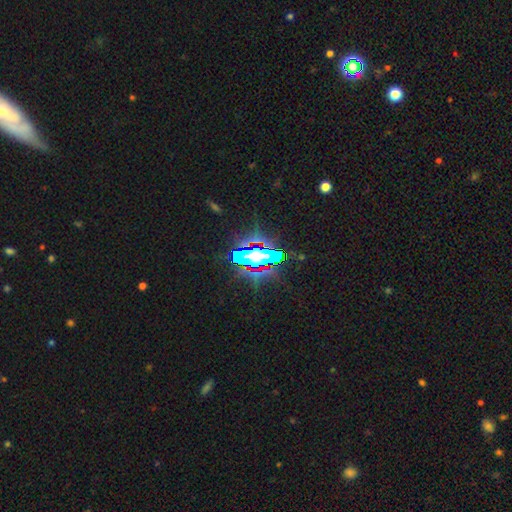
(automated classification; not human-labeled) Overall: star or artifact (54%; featured or disk 24%).